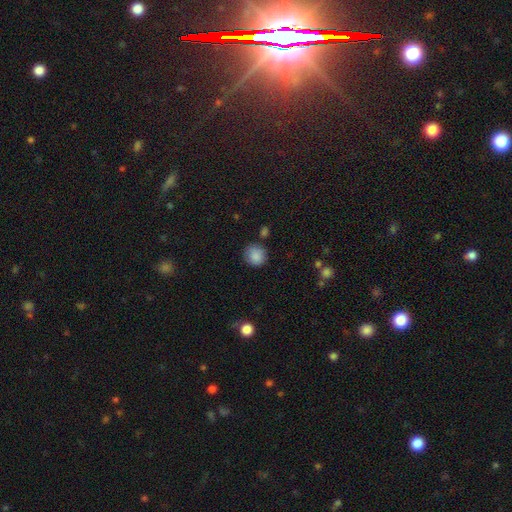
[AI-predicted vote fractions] This is clearly a smooth galaxy (87%). How rounded: clearly round (88%). Merging: likely none (78%).